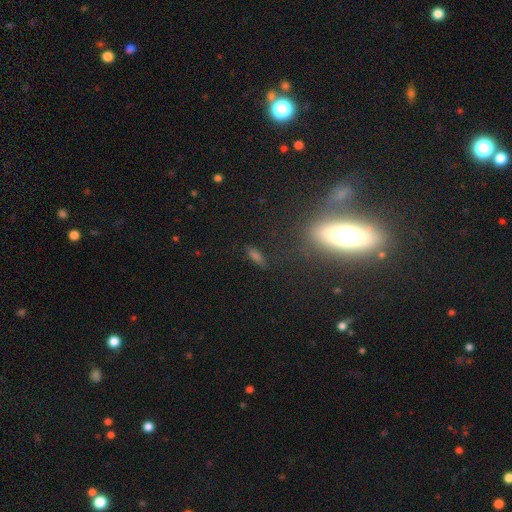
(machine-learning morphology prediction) Overall: smooth (55%; star or artifact 26%). How rounded: in between (51%; cigar-shaped 39%). Merging: none (72%).